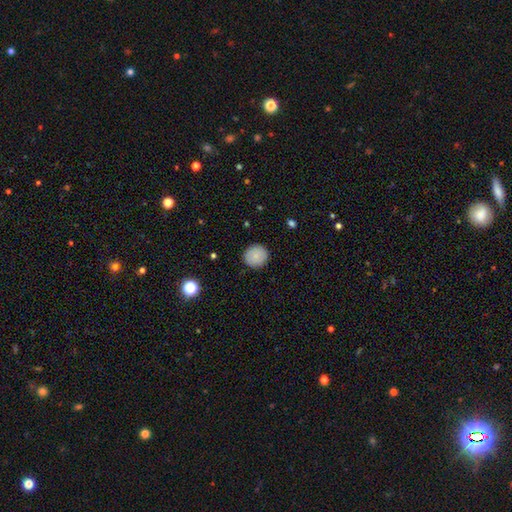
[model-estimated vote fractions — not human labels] Smooth or featured?
  - smooth: 85% *
  - star or artifact: 8%
  - featured or disk: 7%
How rounded?
  - round: 93% *
  - in between: 6%
  - cigar-shaped: 1%
Merging?
  - none: 90% *
  - minor disturbance: 7%
  - major disturbance: 2%
  - merger: 1%